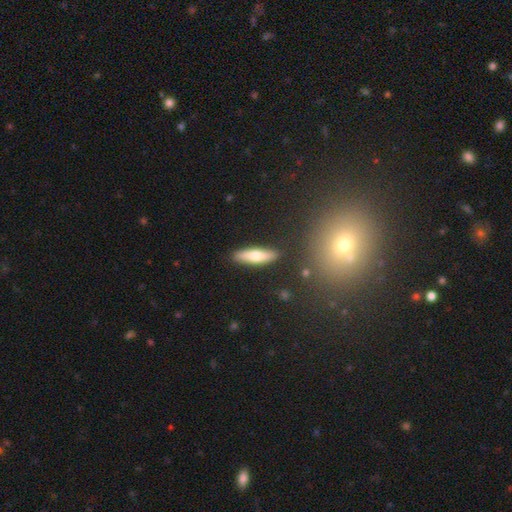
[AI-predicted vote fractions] Smooth or featured? smooth (70%)
How rounded? cigar-shaped (62%)
Merging? none (87%)